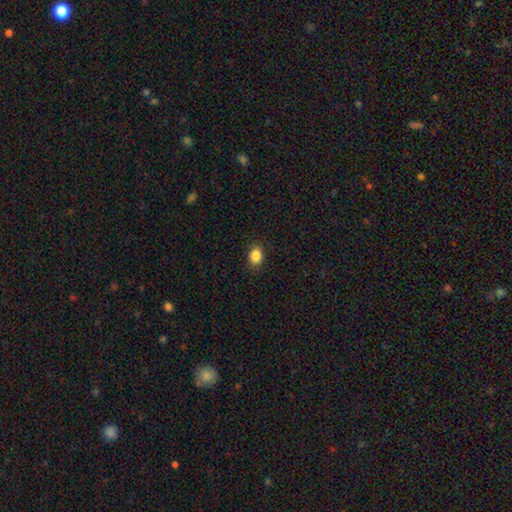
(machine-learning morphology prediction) A smooth galaxy with no disk features (86%) that is in between round and cigar-shaped (58%).

Vote fractions:
- Smooth or featured? smooth: 86% / star or artifact: 10% / featured or disk: 4%
- How rounded? in between: 58% / round: 41% / cigar-shaped: 1%
- Merging? none: 87% / minor disturbance: 10% / major disturbance: 2% / merger: 1%